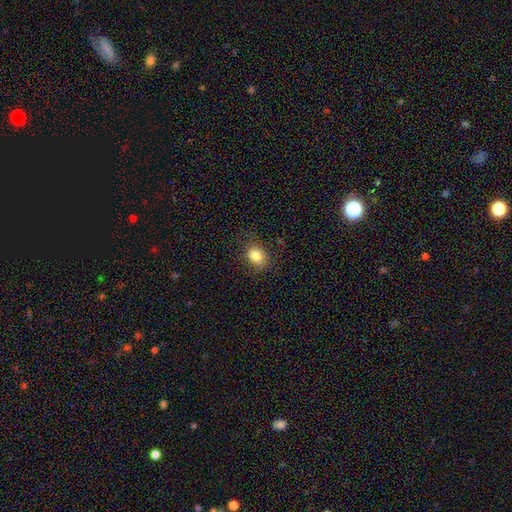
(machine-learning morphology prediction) Smooth or featured: smooth — 82% (star or artifact — 11%)
How rounded: round — 50% (in between — 49%)
Merging: none — 78% (minor disturbance — 16%)